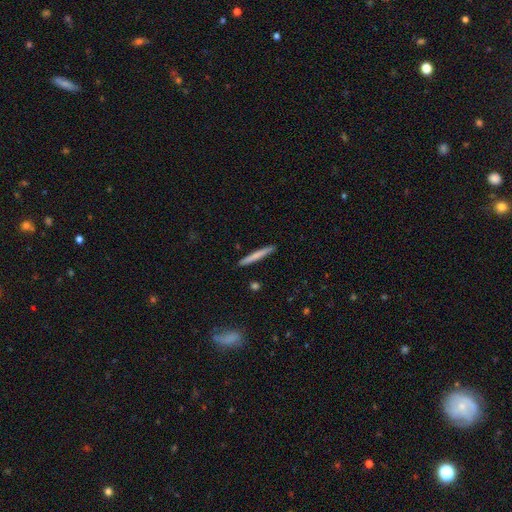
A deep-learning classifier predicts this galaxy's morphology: Smooth or featured?
  - smooth: 71% *
  - featured or disk: 24%
  - star or artifact: 5%
How rounded?
  - cigar-shaped: 96% *
  - in between: 2%
  - round: 1%
Merging?
  - none: 91% *
  - minor disturbance: 6%
  - merger: 1%
  - major disturbance: 1%